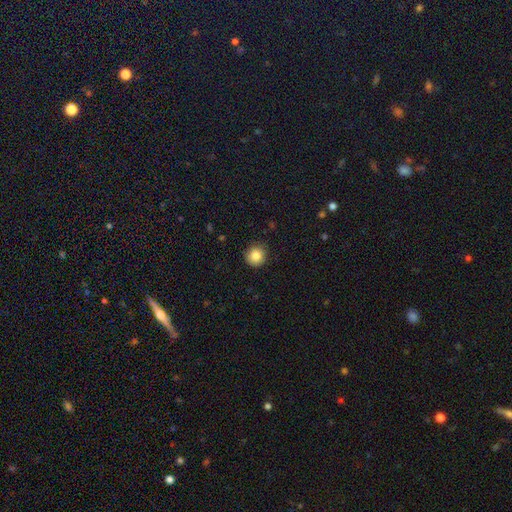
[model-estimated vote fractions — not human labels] This is clearly a smooth galaxy (85%). How rounded: clearly round (93%). Merging: clearly none (87%).